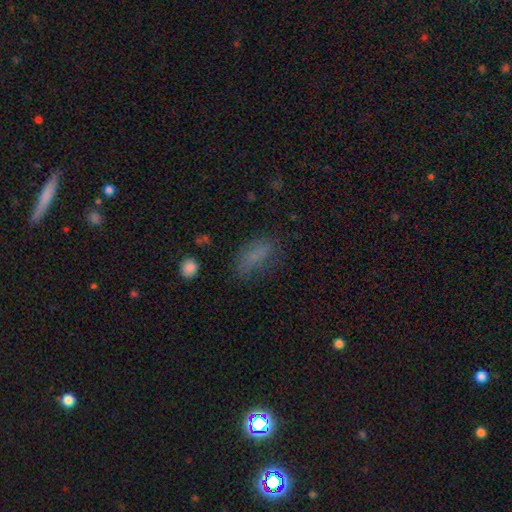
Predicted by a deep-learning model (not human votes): Smooth or featured: smooth — 74% (star or artifact — 14%)
How rounded: in between — 76% (cigar-shaped — 19%)
Merging: none — 63% (minor disturbance — 22%)